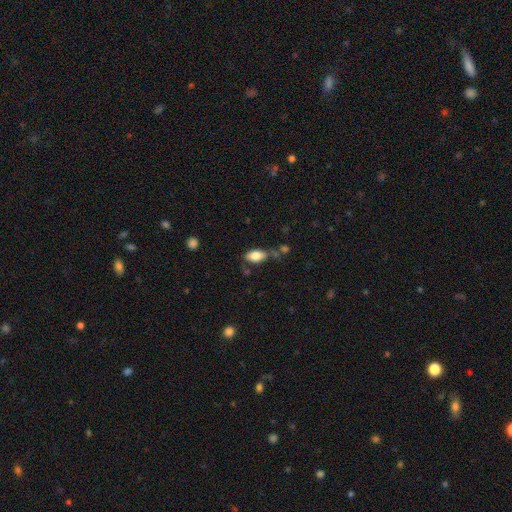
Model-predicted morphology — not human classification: smooth 80%, featured or disk 13%, star or artifact 7%. Down the decision tree: how rounded — in between (91%); merging — none (62%).